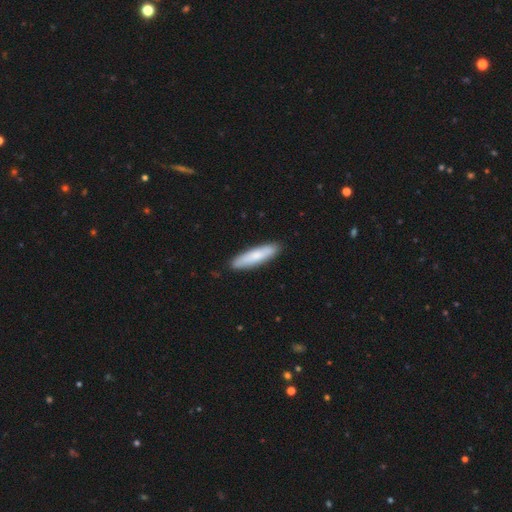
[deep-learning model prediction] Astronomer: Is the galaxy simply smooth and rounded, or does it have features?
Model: smooth — 76%.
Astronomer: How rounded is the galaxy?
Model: cigar-shaped — 79%.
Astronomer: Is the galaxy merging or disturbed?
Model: none — 90%.